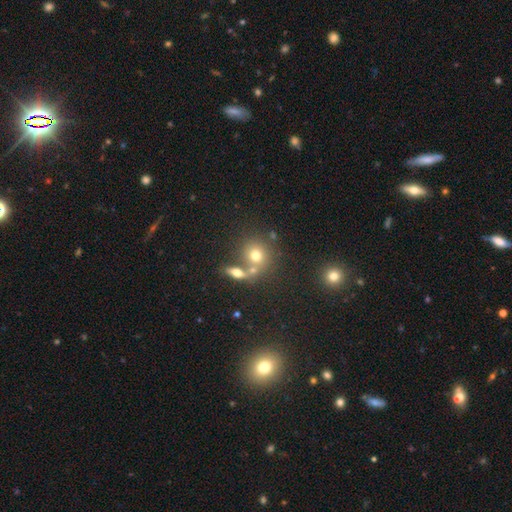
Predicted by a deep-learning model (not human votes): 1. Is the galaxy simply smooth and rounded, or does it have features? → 70% smooth, 16% featured or disk, 14% star or artifact.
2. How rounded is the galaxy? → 82% round, 16% in between, 2% cigar-shaped.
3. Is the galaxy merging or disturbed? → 53% none, 33% merger, 9% minor disturbance, 4% major disturbance.